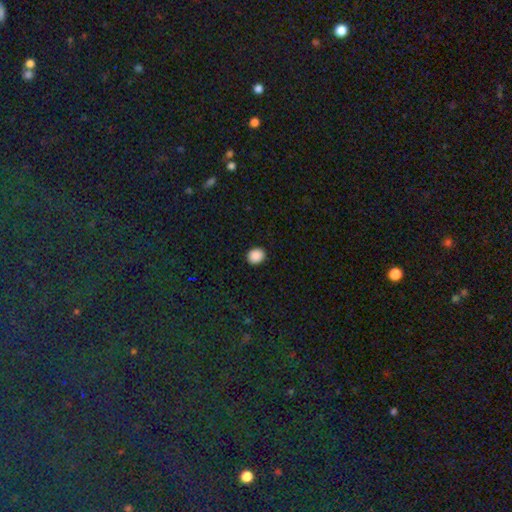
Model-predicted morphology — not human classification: Smooth or featured?
  - smooth: 89% *
  - star or artifact: 9%
  - featured or disk: 2%
How rounded?
  - round: 74% *
  - in between: 25%
  - cigar-shaped: 1%
Merging?
  - none: 92% *
  - minor disturbance: 6%
  - major disturbance: 2%
  - merger: 1%